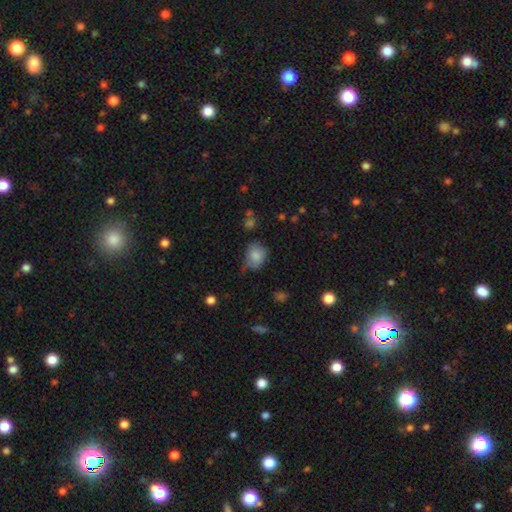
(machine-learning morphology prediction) A smooth galaxy with no disk features (82%) that is round (56%). Merging: none (53%).